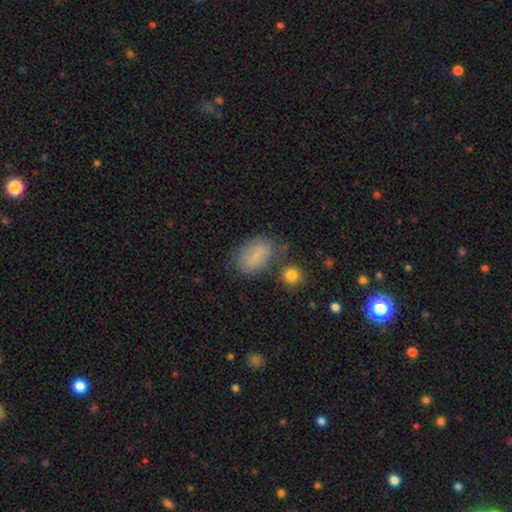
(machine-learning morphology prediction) Smooth or featured? smooth (75%)
How rounded? in between (82%)
Merging? none (61%)